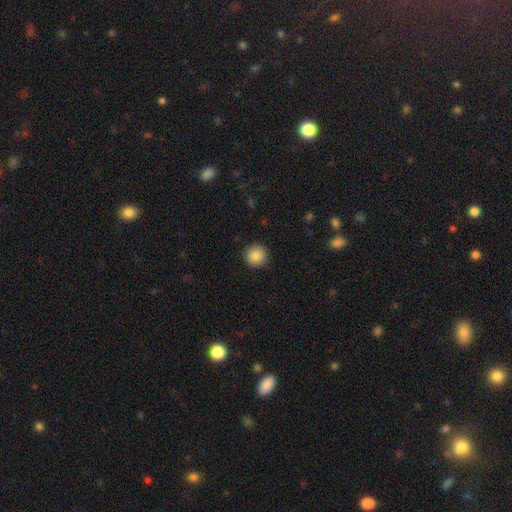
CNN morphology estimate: A smooth galaxy with no disk features (85%) that is round (95%). Merging: none (91%).